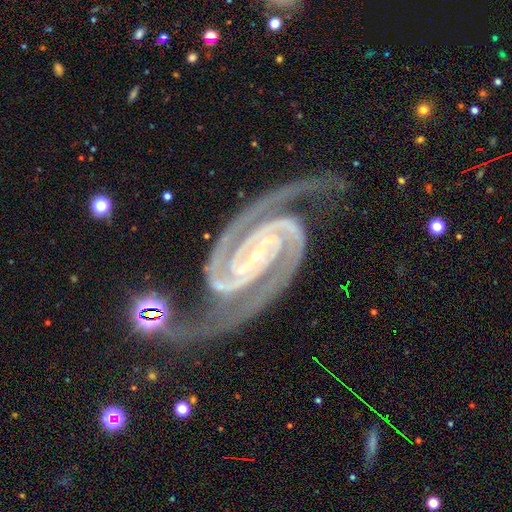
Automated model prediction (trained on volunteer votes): This is clearly a featured or disk galaxy (94%). It is clearly not viewed edge-on (98%). Bar: marginally no (39%). Spiral arm pattern: clearly yes (99%). Spiral arm count: clearly 2 (89%). Spiral winding: likely tight (64%). Central bulge: clearly small (85%). Merging: likely none (67%).